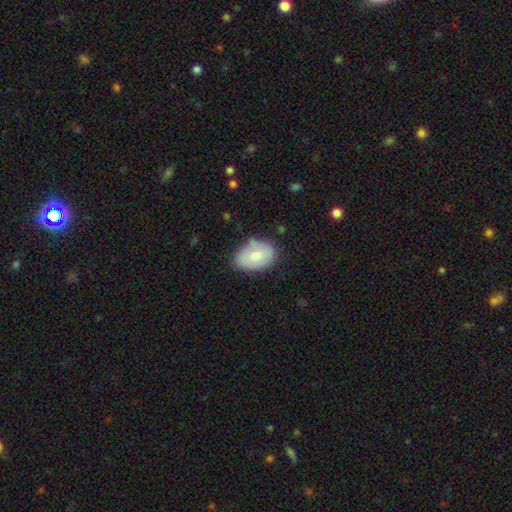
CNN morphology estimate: Overall: smooth (69%). How rounded: in between (81%). Merging: none (68%).